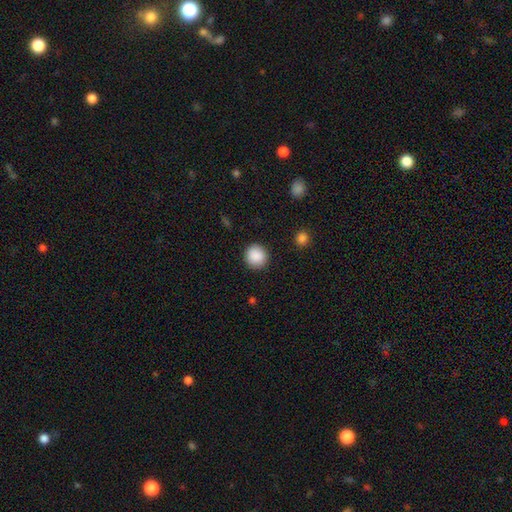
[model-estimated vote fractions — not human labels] This appears to be a smooth galaxy with no disk features (89%) that is round (92%). Merging: none (91%).